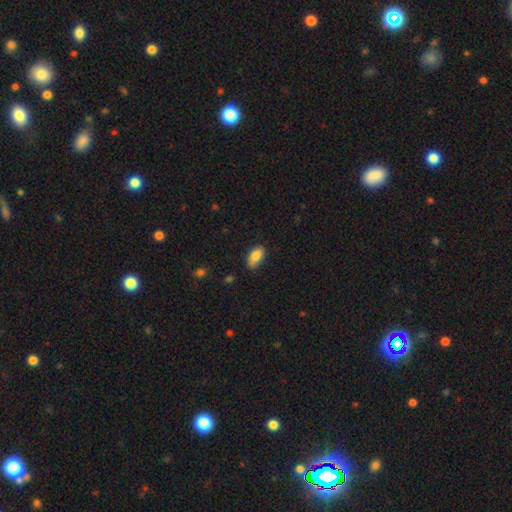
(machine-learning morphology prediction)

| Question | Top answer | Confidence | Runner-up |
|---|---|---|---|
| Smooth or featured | smooth | 84% | featured or disk (9%) |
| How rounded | in between | 92% | round (5%) |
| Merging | none | 72% | minor disturbance (23%) |